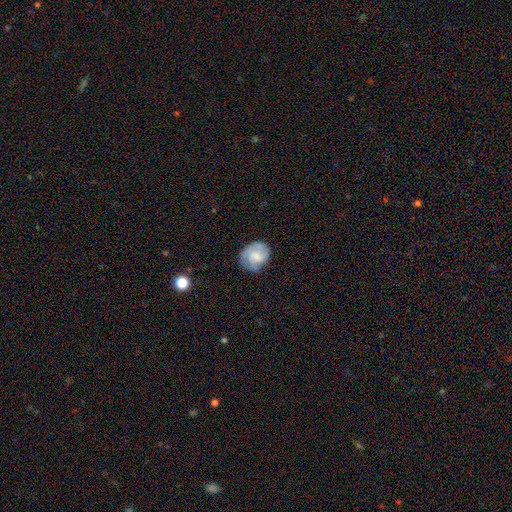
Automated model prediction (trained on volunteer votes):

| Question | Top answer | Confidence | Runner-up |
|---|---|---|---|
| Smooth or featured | smooth | 59% | featured or disk (33%) |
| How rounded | round | 65% | in between (34%) |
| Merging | none | 67% | minor disturbance (23%) |